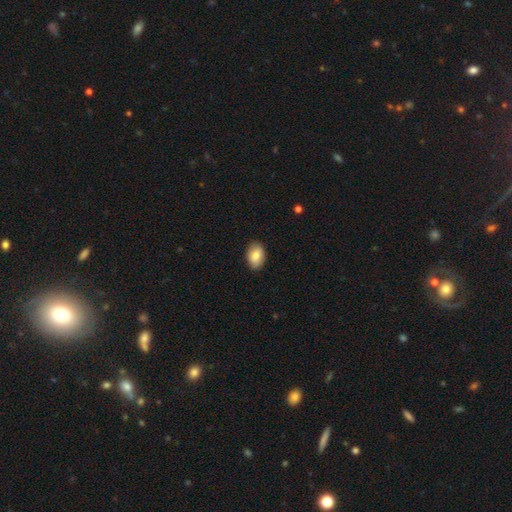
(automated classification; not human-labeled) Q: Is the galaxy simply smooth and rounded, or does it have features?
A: smooth — 81%.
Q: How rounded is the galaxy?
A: in between — 86%.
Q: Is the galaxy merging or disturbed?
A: none — 87%.